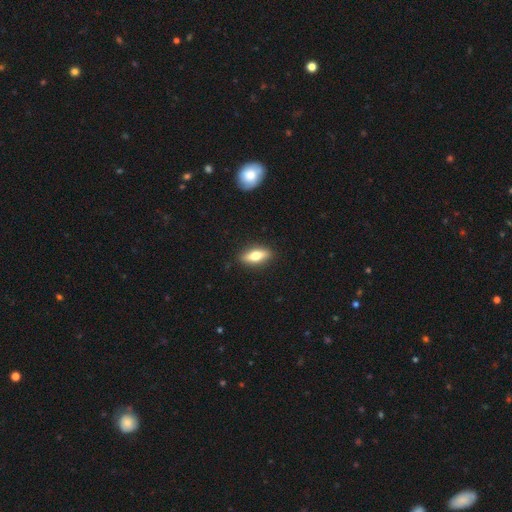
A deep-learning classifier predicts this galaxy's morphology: type=smooth (62%); roundness=in between (67%); merging=none (89%).